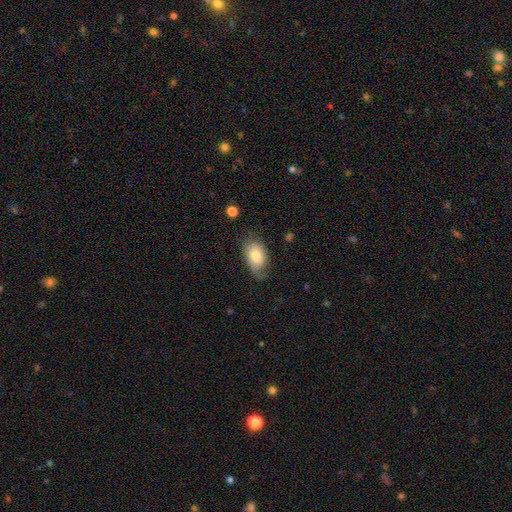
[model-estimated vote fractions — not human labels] smooth_or_featured: smooth (p=0.75) [alt: featured or disk p=0.18]
how_rounded: in between (p=0.90) [alt: round p=0.08]
merging: none (p=0.58) [alt: minor disturbance p=0.29]